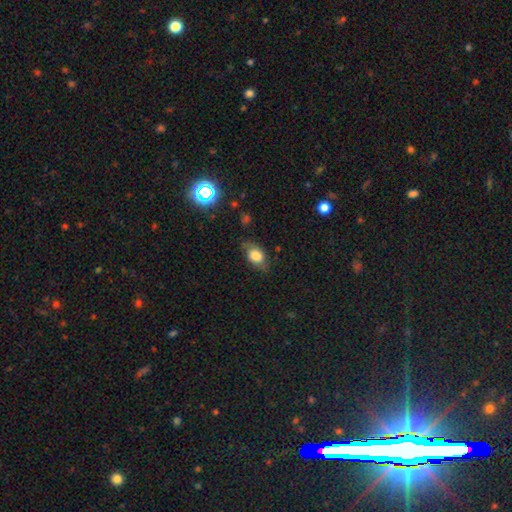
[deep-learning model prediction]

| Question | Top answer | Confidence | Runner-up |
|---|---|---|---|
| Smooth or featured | smooth | 73% | featured or disk (17%) |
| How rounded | in between | 80% | round (16%) |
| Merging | none | 68% | minor disturbance (23%) |